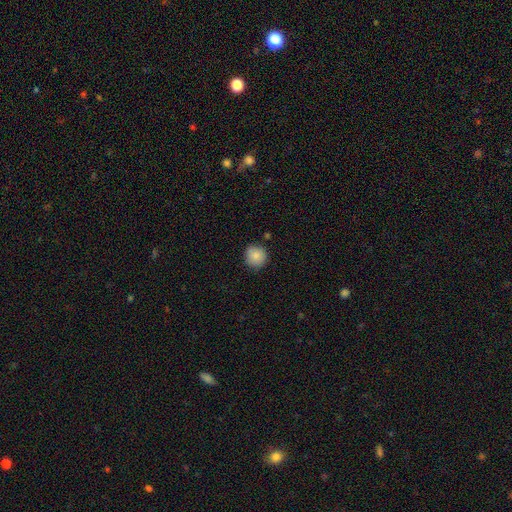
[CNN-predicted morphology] Q: Smooth or featured?
A: smooth (87%); runner-up: star or artifact (8%)
Q: How rounded?
A: round (93%); runner-up: in between (6%)
Q: Merging?
A: none (86%); runner-up: minor disturbance (10%)